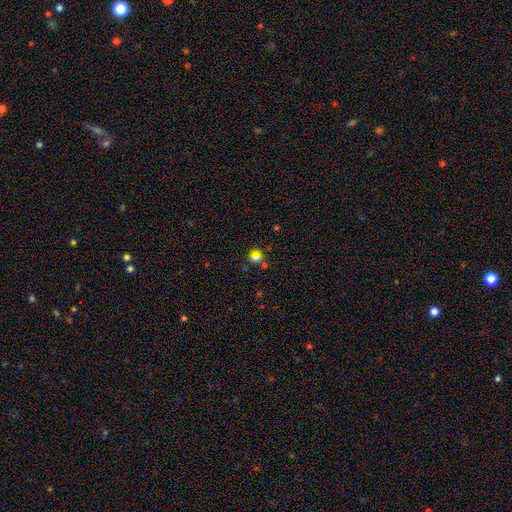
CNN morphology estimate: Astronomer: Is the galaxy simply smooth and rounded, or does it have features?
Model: smooth — 70%.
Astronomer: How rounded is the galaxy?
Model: round — 73%.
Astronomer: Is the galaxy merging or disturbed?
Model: none — 61%.